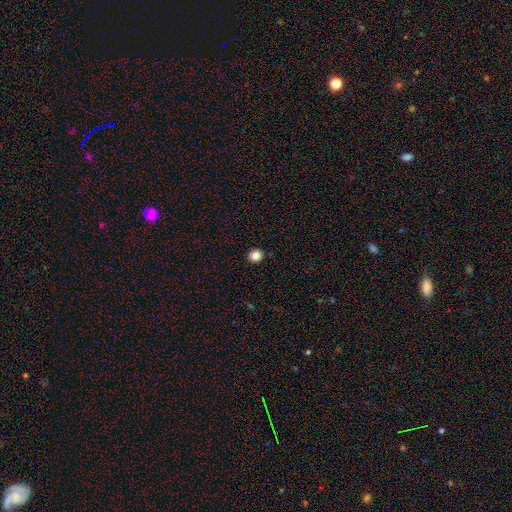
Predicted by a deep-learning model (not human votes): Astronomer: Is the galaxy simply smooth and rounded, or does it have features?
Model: smooth — 85%.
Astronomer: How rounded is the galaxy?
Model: round — 88%.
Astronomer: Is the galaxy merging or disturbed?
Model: none — 93%.